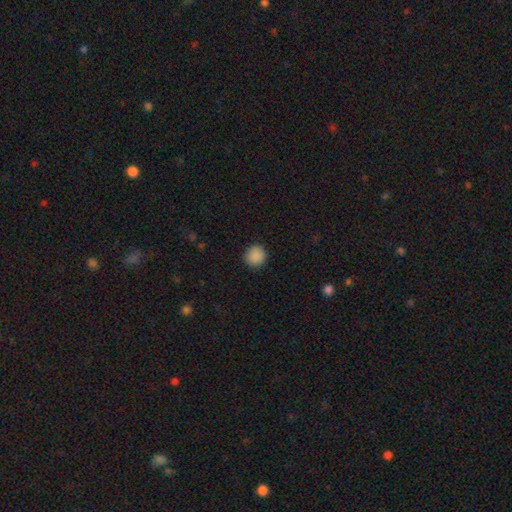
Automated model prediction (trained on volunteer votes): Smooth or featured?
  - smooth: 89% *
  - star or artifact: 9%
  - featured or disk: 2%
How rounded?
  - round: 93% *
  - in between: 6%
  - cigar-shaped: 1%
Merging?
  - none: 91% *
  - minor disturbance: 6%
  - major disturbance: 2%
  - merger: 1%